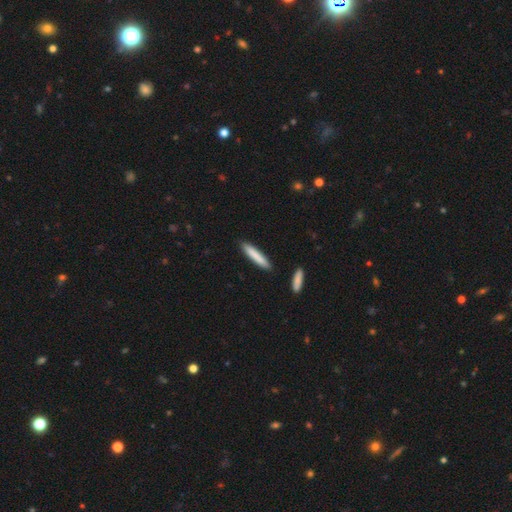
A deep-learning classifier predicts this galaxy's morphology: type=smooth (81%); roundness=cigar-shaped (91%); merging=none (88%).